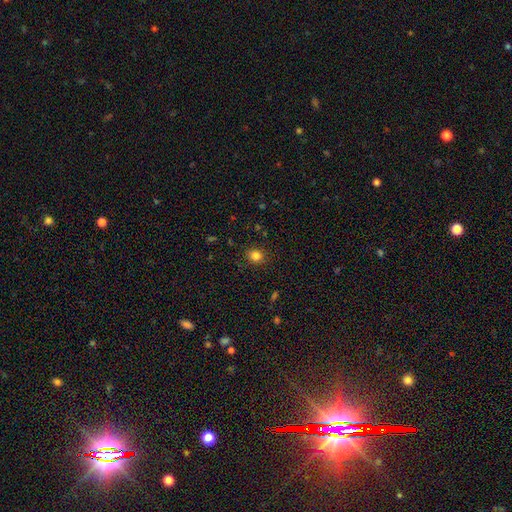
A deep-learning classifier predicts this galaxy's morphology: type=smooth (82%); roundness=round (76%); merging=none (88%).